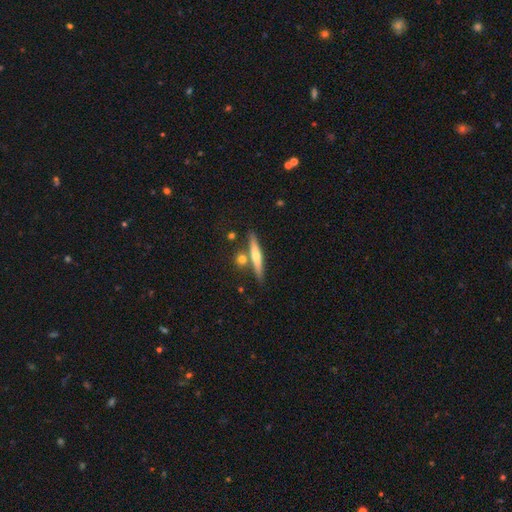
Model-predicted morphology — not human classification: Smooth or featured? featured or disk (54%)
Edge-on disk? yes (95%)
Edge-on bulge? rounded (80%)
Merging? none (74%)